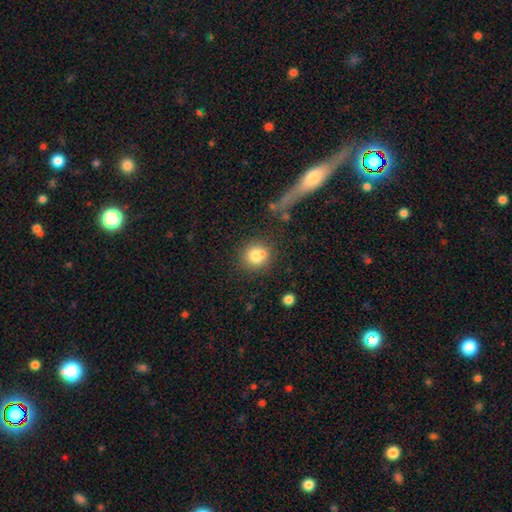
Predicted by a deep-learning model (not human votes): Morphology: type=smooth (79%); roundness=round (83%); merging=none (64%).